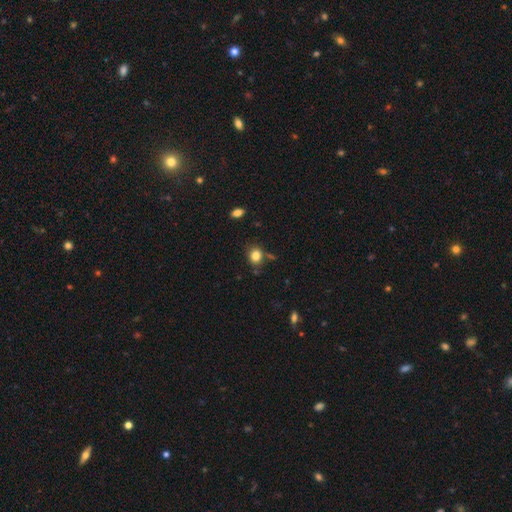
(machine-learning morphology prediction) This appears to be a smooth galaxy with no disk features (83%) that is round (66%). Merging: none (76%).